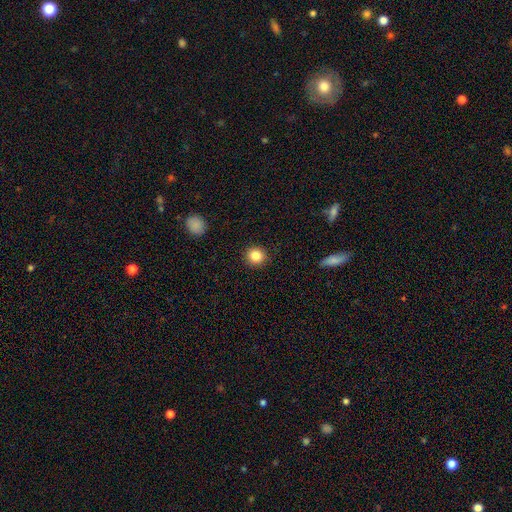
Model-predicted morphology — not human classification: smooth-or-featured: smooth: 85% | star or artifact: 10% | featured or disk: 5%
  how-rounded: round: 91% | in between: 8% | cigar-shaped: 1%
  merging: none: 91% | minor disturbance: 6% | major disturbance: 2% | merger: 1%